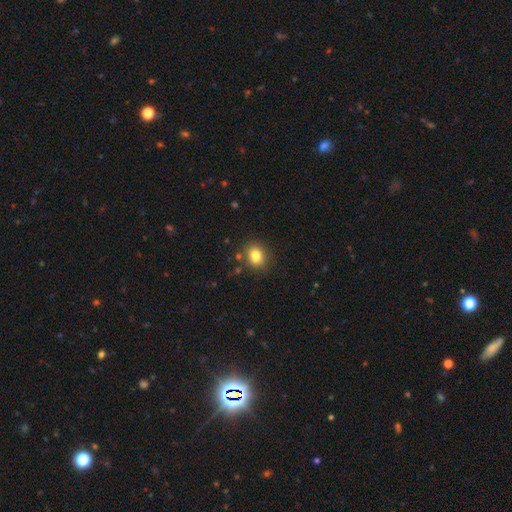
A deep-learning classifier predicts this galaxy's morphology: Q: Smooth or featured?
A: smooth (82%); runner-up: star or artifact (11%)
Q: How rounded?
A: round (54%); runner-up: in between (45%)
Q: Merging?
A: none (83%); runner-up: minor disturbance (10%)